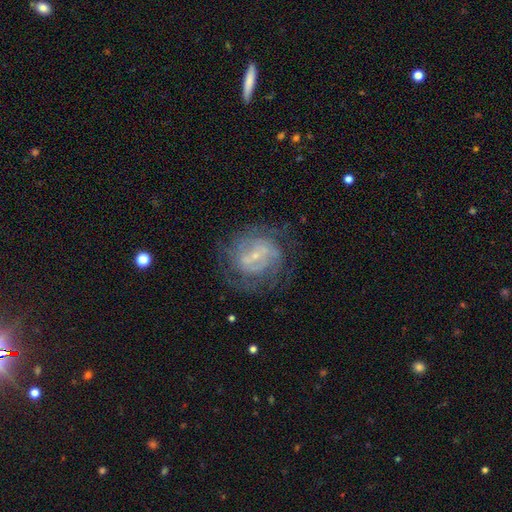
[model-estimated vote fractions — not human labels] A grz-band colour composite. It shows a featured or disk galaxy (76%) with a weak bar (47%), tight (55%) spiral arms (81%) and a small central bulge (78%). Merging: none (68%).